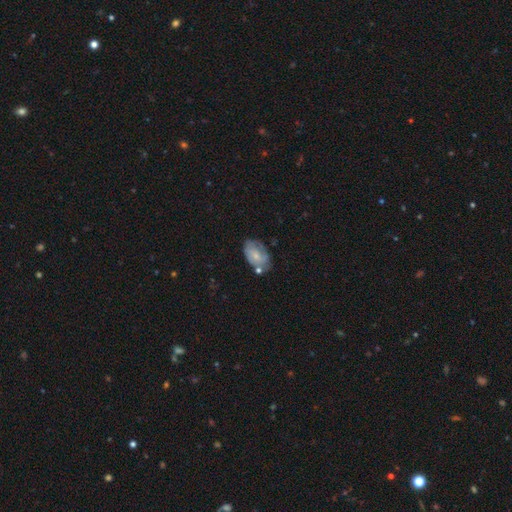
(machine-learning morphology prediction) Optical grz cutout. It shows a smooth galaxy with no disk features (50%). Merging: none (50%).